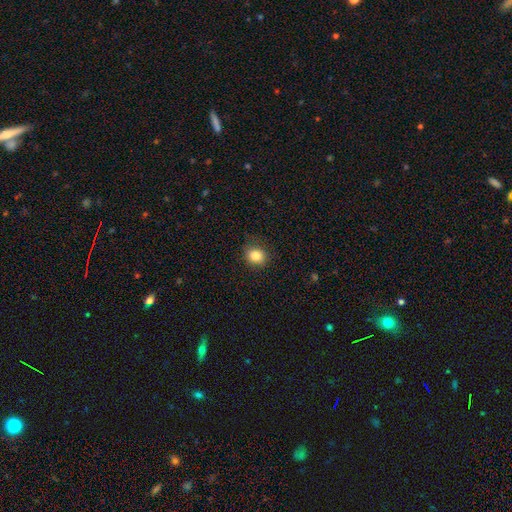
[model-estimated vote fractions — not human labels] This appears to be a smooth galaxy with no disk features (84%) that is round (73%). Merging: none (85%).